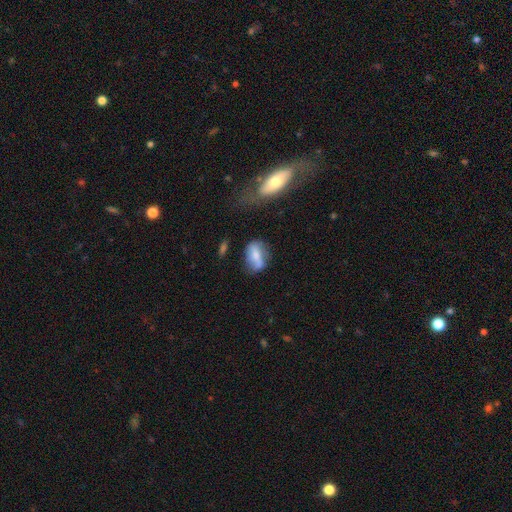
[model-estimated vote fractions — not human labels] smooth_or_featured: smooth (p=0.60) [alt: featured or disk p=0.31]
how_rounded: in between (p=0.79) [alt: round p=0.11]
merging: none (p=0.48) [alt: minor disturbance p=0.28]